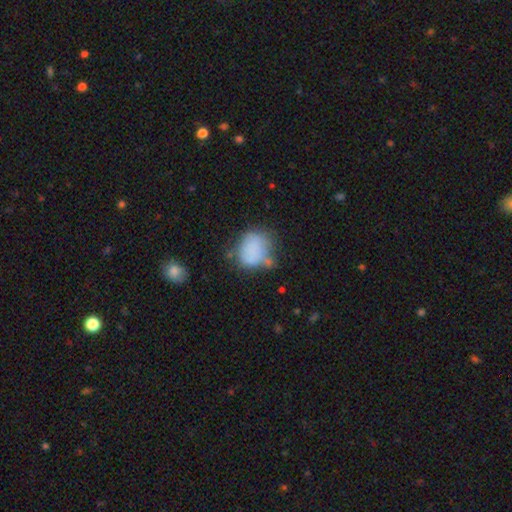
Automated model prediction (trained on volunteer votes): A smooth galaxy with no disk features (76%) that is round (63%).

Vote fractions:
- Smooth or featured? smooth: 76% / featured or disk: 15% / star or artifact: 10%
- How rounded? round: 63% / in between: 36% / cigar-shaped: 1%
- Merging? none: 42% / minor disturbance: 28% / major disturbance: 18% / merger: 12%